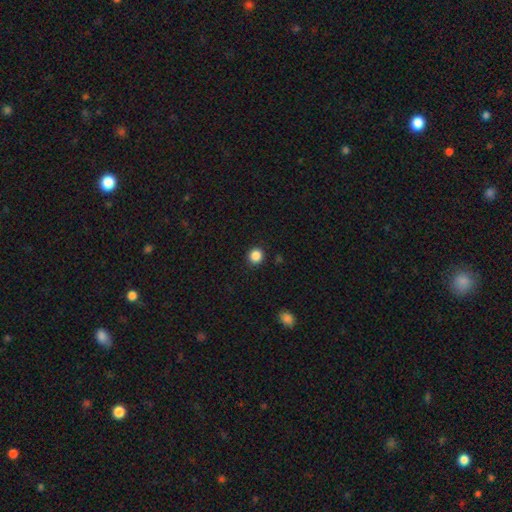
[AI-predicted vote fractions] smooth-or-featured: smooth: 86% | star or artifact: 11% | featured or disk: 3%
  how-rounded: round: 90% | in between: 9% | cigar-shaped: 1%
  merging: none: 92% | minor disturbance: 5% | major disturbance: 2% | merger: 1%